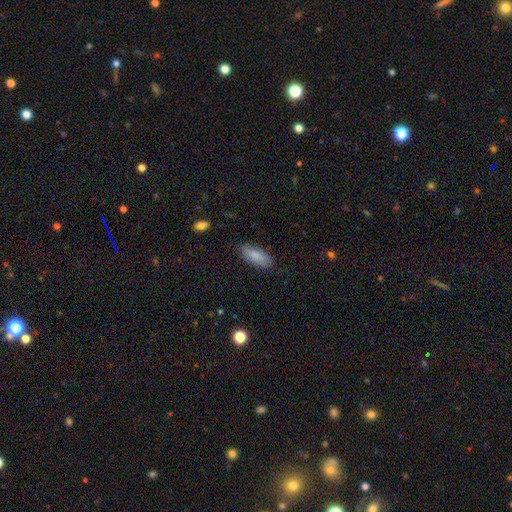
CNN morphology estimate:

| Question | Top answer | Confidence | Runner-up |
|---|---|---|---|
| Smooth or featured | smooth | 86% | featured or disk (7%) |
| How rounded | in between | 75% | cigar-shaped (23%) |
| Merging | none | 85% | minor disturbance (12%) |